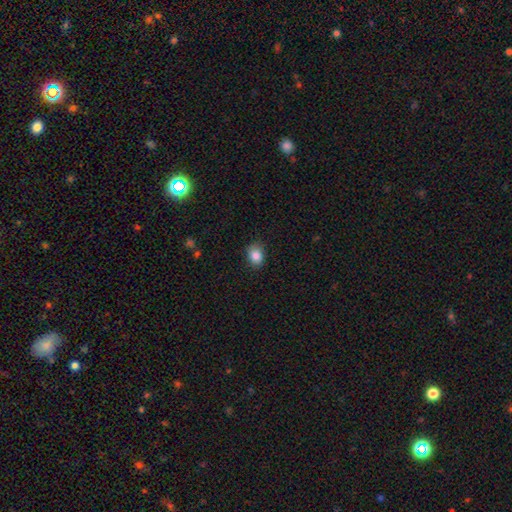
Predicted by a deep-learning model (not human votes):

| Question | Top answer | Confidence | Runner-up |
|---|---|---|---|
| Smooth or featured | smooth | 85% | star or artifact (9%) |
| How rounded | in between | 60% | round (39%) |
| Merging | none | 78% | minor disturbance (17%) |